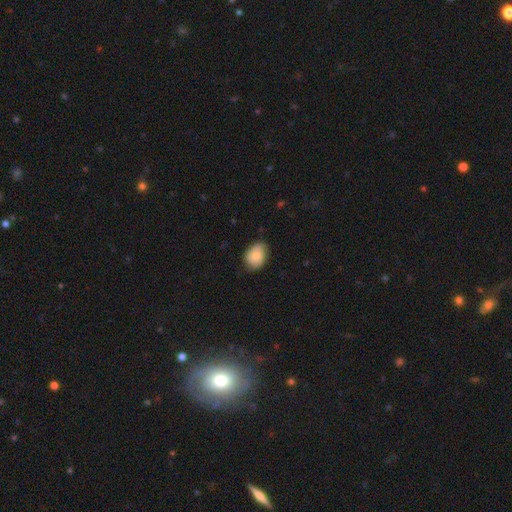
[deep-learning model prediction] The model was most divided on "how rounded": in between: 68%, round: 32%, cigar-shaped: 1%. More confident: smooth or featured — smooth (76%); merging — none (69%).